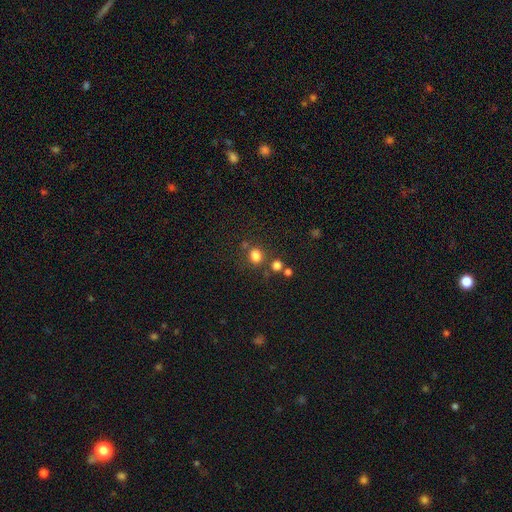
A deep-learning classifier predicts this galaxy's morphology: This appears to be a smooth galaxy with no disk features (79%) that is round (60%). Merging: none (68%).